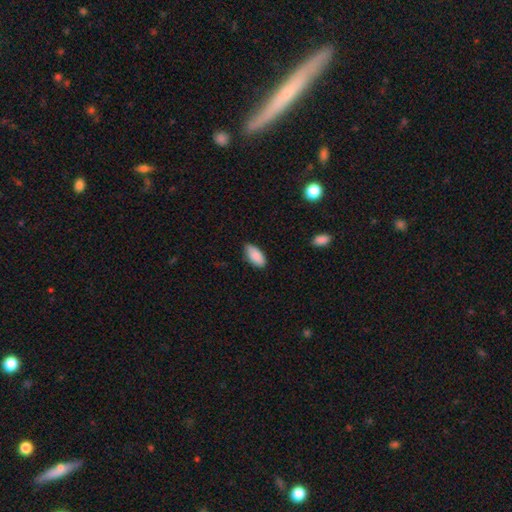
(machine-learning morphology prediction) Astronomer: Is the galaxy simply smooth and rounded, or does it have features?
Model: smooth — 88%.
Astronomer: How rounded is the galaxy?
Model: in between — 92%.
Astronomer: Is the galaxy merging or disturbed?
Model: none — 78%.